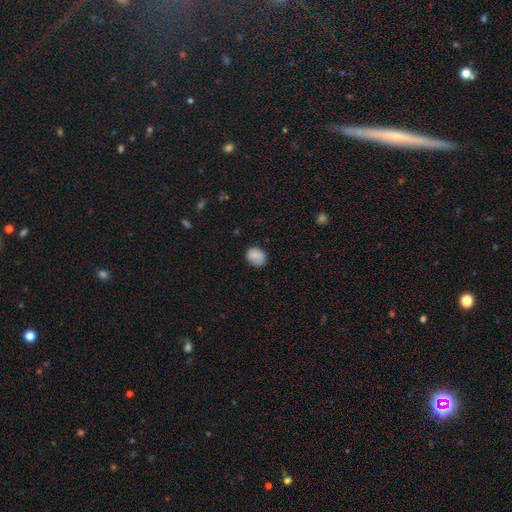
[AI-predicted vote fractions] Smooth or featured: smooth — 83% (featured or disk — 9%)
How rounded: round — 54% (in between — 45%)
Merging: none — 80% (minor disturbance — 16%)